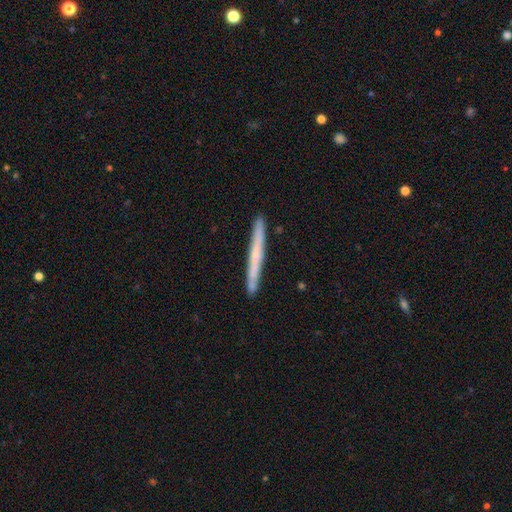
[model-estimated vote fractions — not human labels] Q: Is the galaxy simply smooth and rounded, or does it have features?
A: smooth — 48%.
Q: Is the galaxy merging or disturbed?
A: none — 91%.